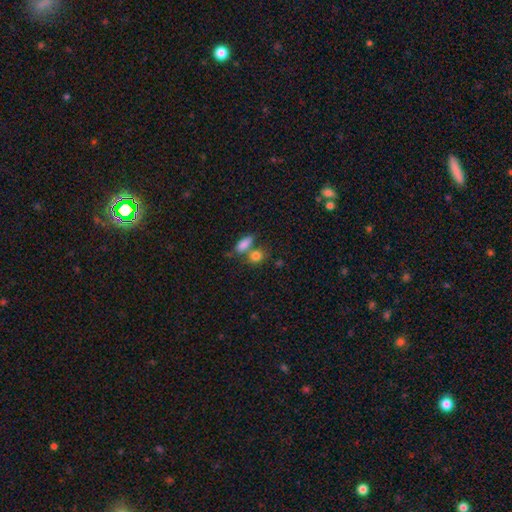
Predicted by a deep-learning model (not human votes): Smooth or featured: smooth — 82% (star or artifact — 10%)
How rounded: in between — 55% (round — 39%)
Merging: none — 45% (merger — 39%)